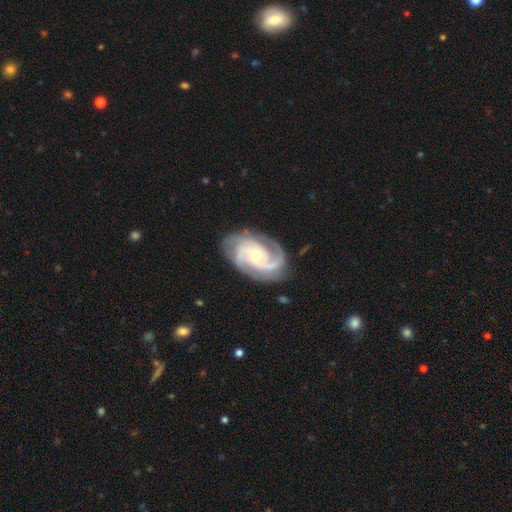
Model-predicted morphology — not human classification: smooth-or-featured: featured or disk: 92% | star or artifact: 4% | smooth: 4%
  disk-edge-on: no: 98% | yes: 2%
    bar: no: 62% | weak: 29% | strong: 8%
    has-spiral-arms: yes: 98% | no: 2%
      spiral-winding: tight: 53% | medium: 41% | loose: 6%
      spiral-arm-count: 3: 54% | 2: 22% | 4: 8% | can't tell: 8% | 1: 4% | more than 4: 4%
    bulge-size: small: 50% | moderate: 46% | large: 2% | none: 1% | dominant: 1%
  merging: none: 78% | minor disturbance: 15% | major disturbance: 5% | merger: 1%